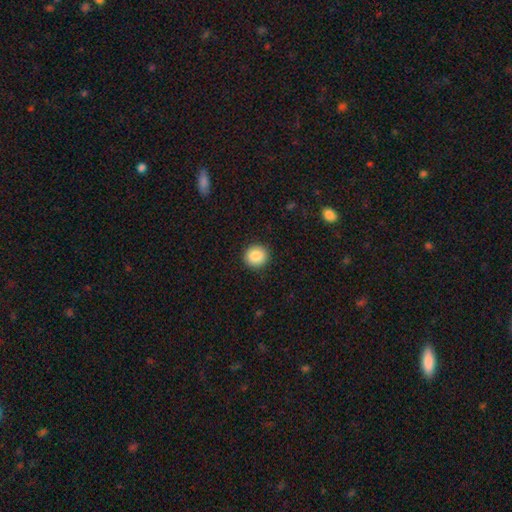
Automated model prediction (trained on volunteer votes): The model was most divided on "how rounded": round: 89%, in between: 10%, cigar-shaped: 1%. More confident: merging — none (91%); smooth or featured — smooth (88%).